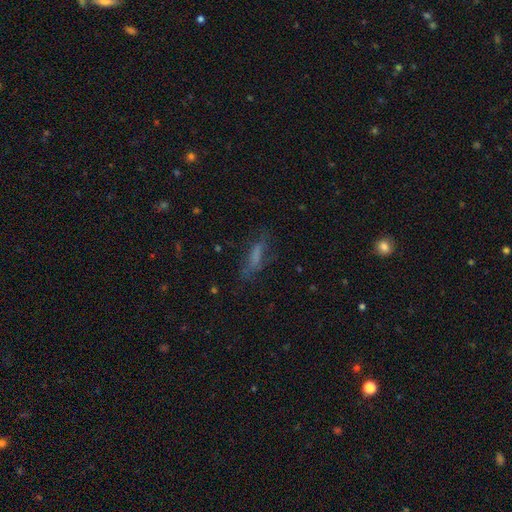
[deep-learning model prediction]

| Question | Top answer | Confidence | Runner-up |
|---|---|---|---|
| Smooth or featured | smooth | 57% | featured or disk (27%) |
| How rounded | cigar-shaped | 60% | in between (37%) |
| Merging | none | 60% | minor disturbance (22%) |